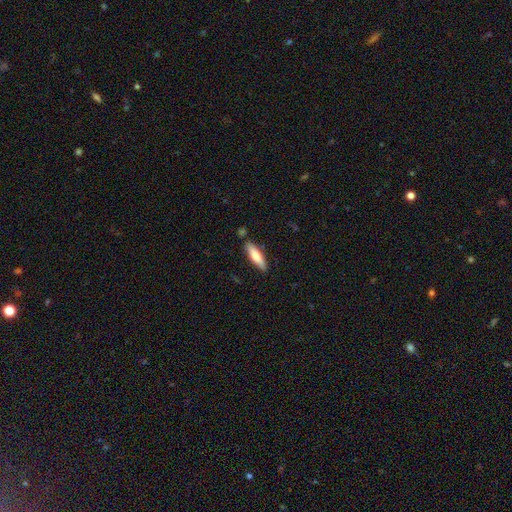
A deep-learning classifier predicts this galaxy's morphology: Smooth or featured? smooth (67%)
How rounded? cigar-shaped (63%)
Merging? none (83%)